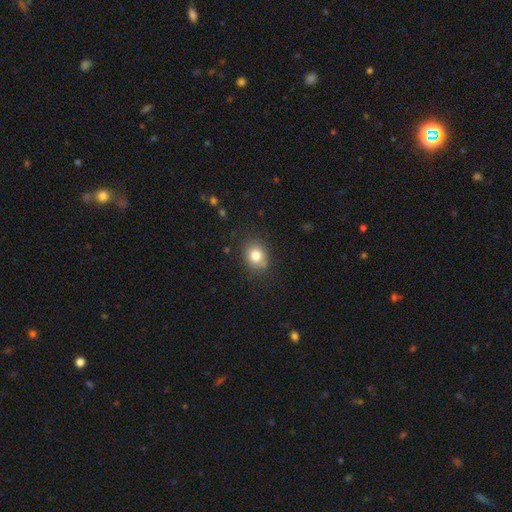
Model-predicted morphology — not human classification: This appears to be a smooth galaxy with no disk features (81%) that is round (61%). Merging: none (81%).